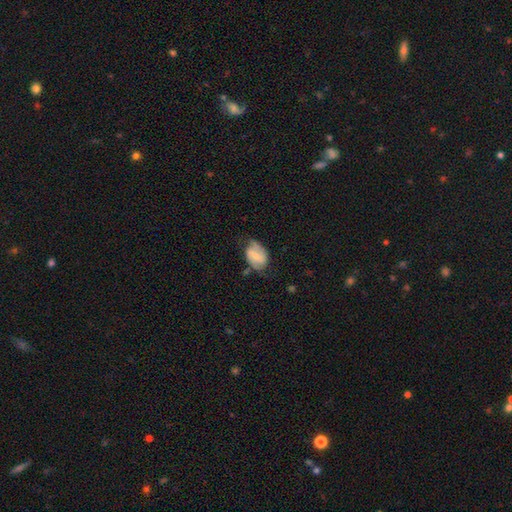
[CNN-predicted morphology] This is possibly a smooth galaxy (47%). Merging: possibly none (49%).